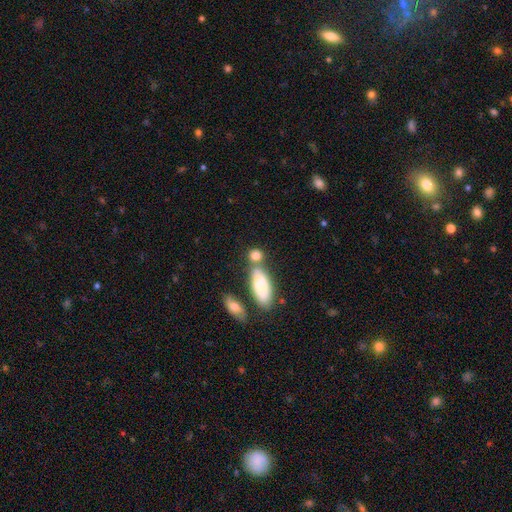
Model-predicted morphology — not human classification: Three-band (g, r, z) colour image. It shows a smooth galaxy with no disk features (82%) that is in between round and cigar-shaped (49%). Merging: none (54%).